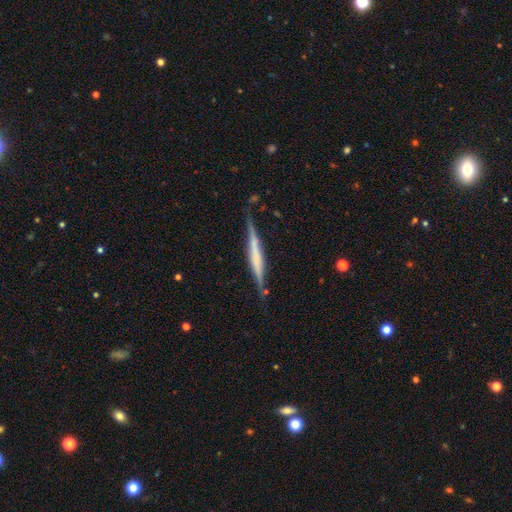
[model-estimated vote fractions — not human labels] A featured or disk galaxy (64%) viewed edge-on (96%) with no central bulge (52%).

Vote fractions:
- Smooth or featured? featured or disk: 64% / smooth: 31% / star or artifact: 6%
- Edge-on disk? yes: 96% / no: 4%
- Edge-on bulge? none: 52% / boxy: 30% / rounded: 19%
- Merging? none: 80% / minor disturbance: 15% / major disturbance: 3% / merger: 2%